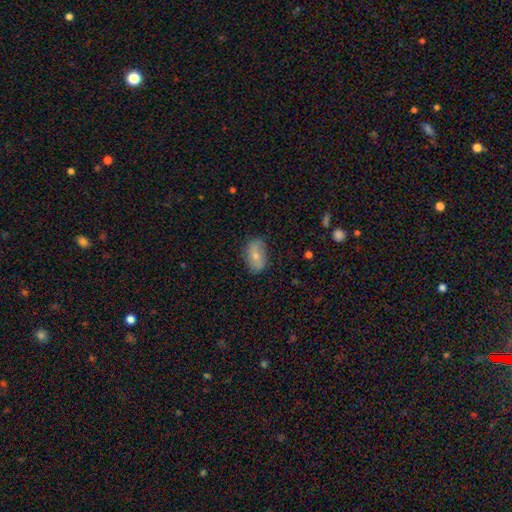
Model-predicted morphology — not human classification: smooth_or_featured: smooth (p=0.69) [alt: featured or disk p=0.24]
how_rounded: in between (p=0.90) [alt: round p=0.07]
merging: none (p=0.75) [alt: minor disturbance p=0.19]